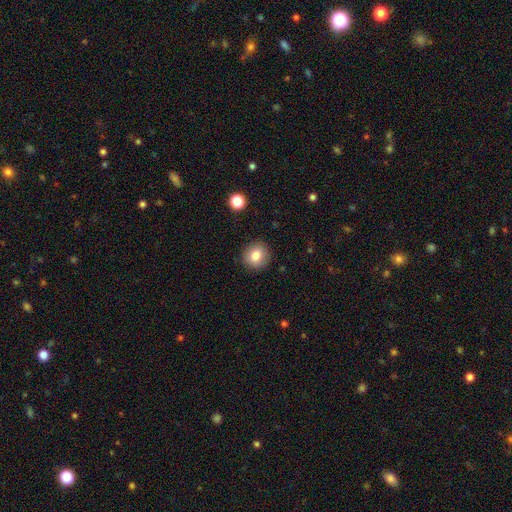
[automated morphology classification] smooth_or_featured: smooth (p=0.82) [alt: star or artifact p=0.10]
how_rounded: round (p=0.89) [alt: in between p=0.10]
merging: none (p=0.90) [alt: minor disturbance p=0.07]